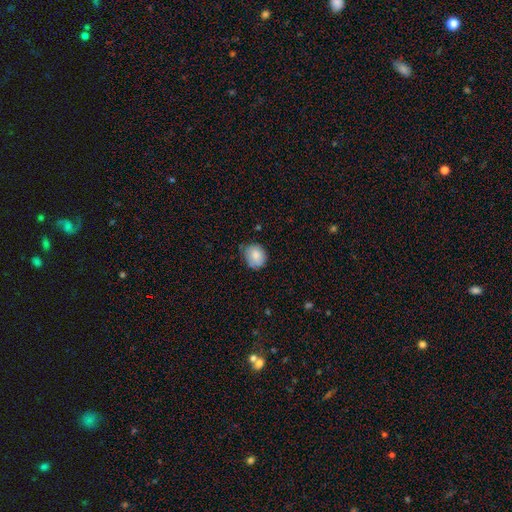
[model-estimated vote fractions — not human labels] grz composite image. It shows a smooth galaxy with no disk features (82%) that is round (58%). Merging: none (63%).